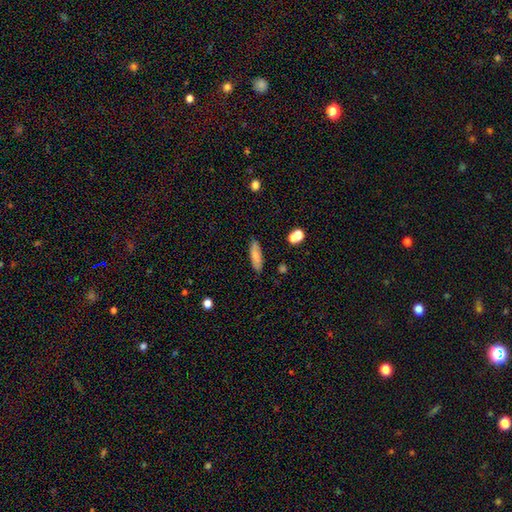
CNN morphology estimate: type=smooth (77%); roundness=in between (49%); merging=none (83%).